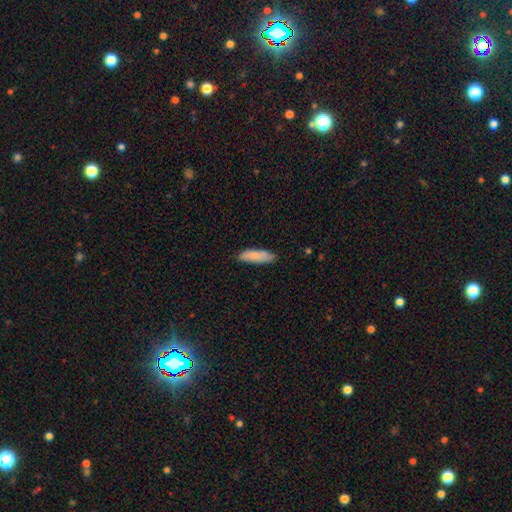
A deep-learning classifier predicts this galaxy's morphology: type=smooth (83%); roundness=in between (50%); merging=none (82%).